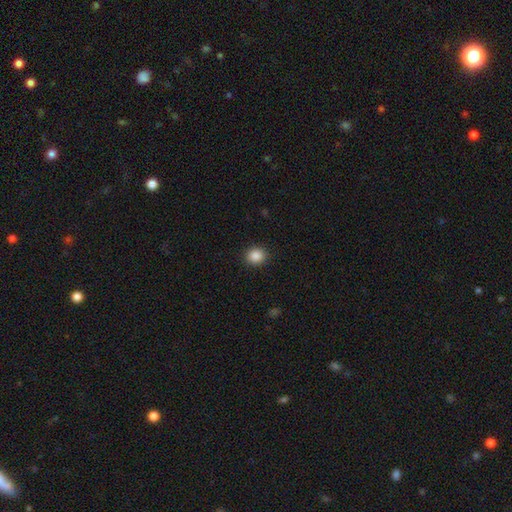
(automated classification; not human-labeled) This appears to be a smooth galaxy with no disk features (87%) that is round (79%). Merging: none (91%).